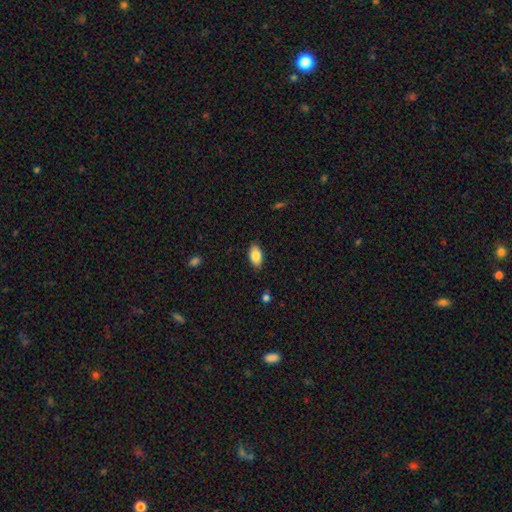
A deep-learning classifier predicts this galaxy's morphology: The model was most divided on "smooth or featured": smooth: 84%, featured or disk: 9%, star or artifact: 7%. More confident: how rounded — in between (92%); merging — none (86%).